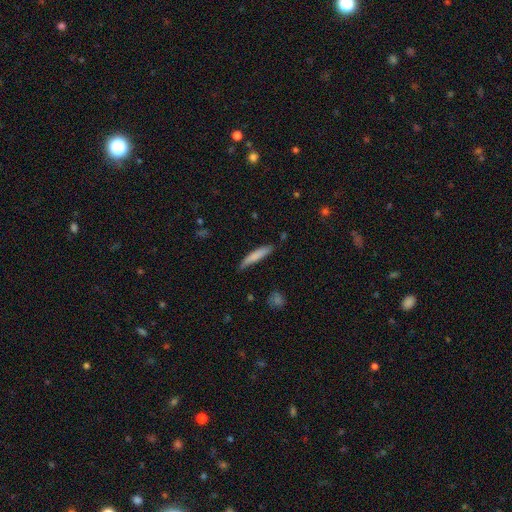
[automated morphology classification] Smooth or featured: smooth — 78% (featured or disk — 17%)
How rounded: cigar-shaped — 88% (in between — 10%)
Merging: none — 74% (minor disturbance — 20%)